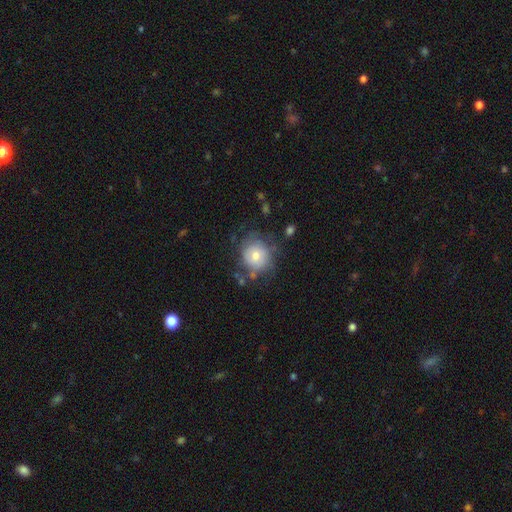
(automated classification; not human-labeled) Smooth or featured? Predicted: smooth (p=0.51). How rounded? Predicted: round (p=0.83). Merging? Predicted: none (p=0.63).